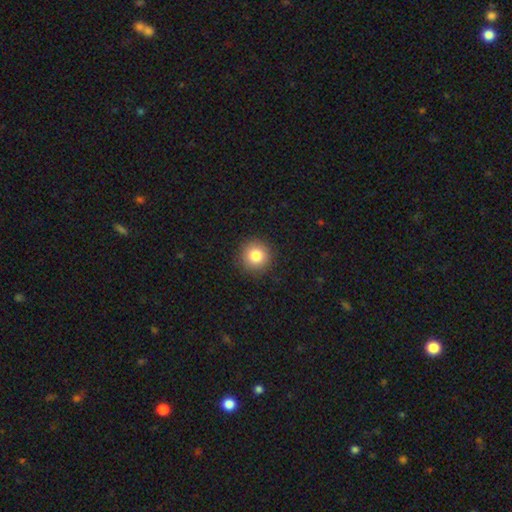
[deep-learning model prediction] The model was most divided on "smooth or featured": smooth: 82%, star or artifact: 11%, featured or disk: 7%. More confident: how rounded — round (94%); merging — none (91%).